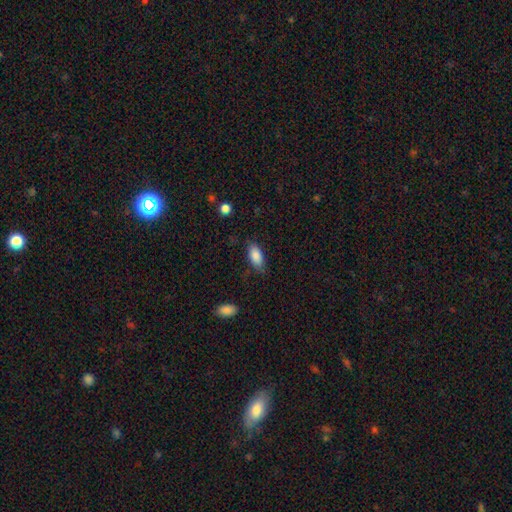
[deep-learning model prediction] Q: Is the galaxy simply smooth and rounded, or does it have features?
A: smooth — 86%.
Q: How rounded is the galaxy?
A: in between — 87%.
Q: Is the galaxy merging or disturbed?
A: none — 76%.